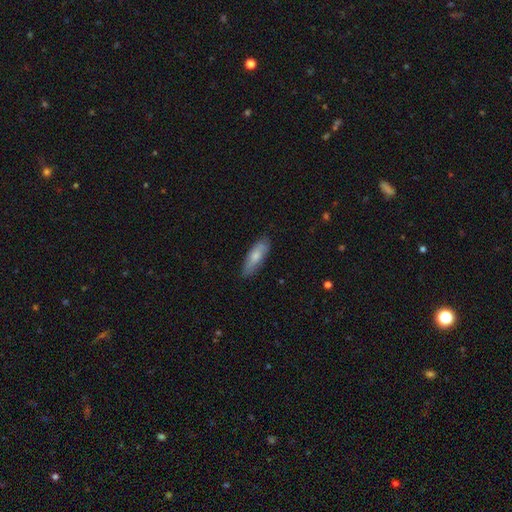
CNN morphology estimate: This is likely a smooth galaxy (72%). How rounded: possibly in between (52%). Merging: likely none (78%).